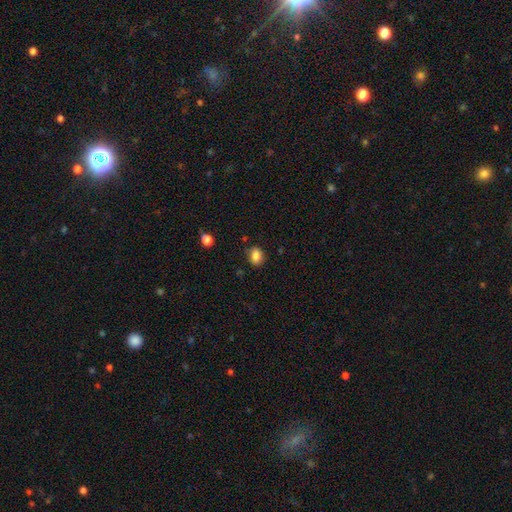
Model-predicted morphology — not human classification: smooth 85%, star or artifact 10%, featured or disk 6%. Down the decision tree: how rounded — in between (65%); merging — none (81%).